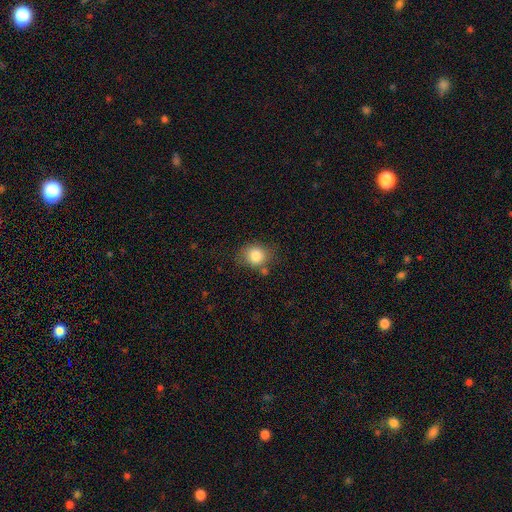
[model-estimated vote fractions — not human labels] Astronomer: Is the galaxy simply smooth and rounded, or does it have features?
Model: smooth — 83%.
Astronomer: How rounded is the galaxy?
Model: round — 72%.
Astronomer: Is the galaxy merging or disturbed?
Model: none — 71%.